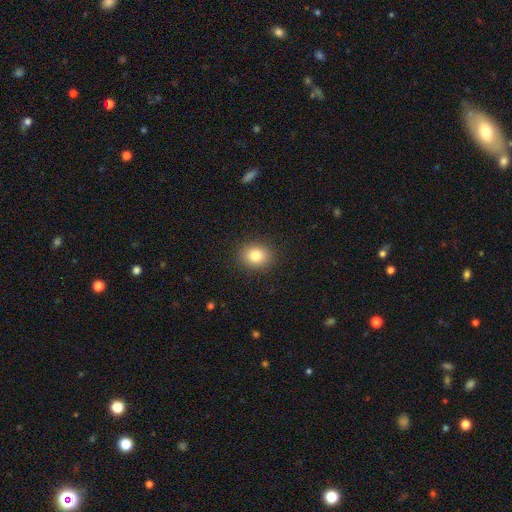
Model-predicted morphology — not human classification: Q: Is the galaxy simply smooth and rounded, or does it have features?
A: smooth — 82%.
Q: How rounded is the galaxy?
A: round — 63%.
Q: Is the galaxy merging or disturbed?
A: none — 90%.